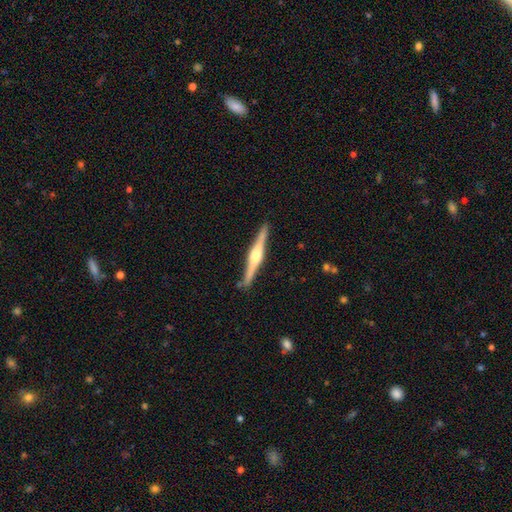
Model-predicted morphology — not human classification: A featured or disk galaxy (79%) viewed edge-on (98%) with a rounded central bulge (86%).

Vote fractions:
- Smooth or featured? featured or disk: 79% / smooth: 16% / star or artifact: 5%
- Edge-on disk? yes: 98% / no: 2%
- Edge-on bulge? rounded: 86% / boxy: 10% / none: 4%
- Merging? none: 89% / minor disturbance: 8% / major disturbance: 1% / merger: 1%